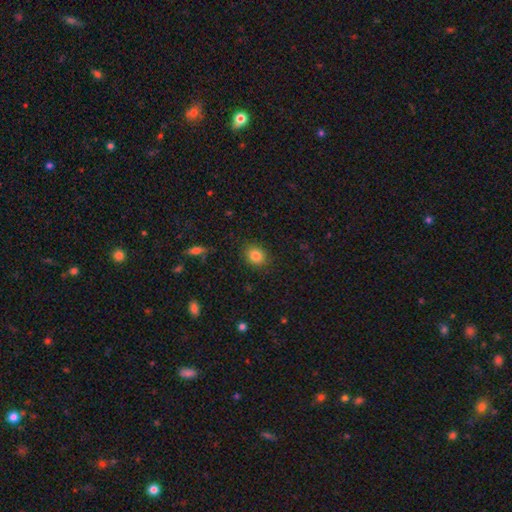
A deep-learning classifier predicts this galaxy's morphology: A smooth galaxy with no disk features (83%) that is round (67%).

Vote fractions:
- Smooth or featured? smooth: 83% / star or artifact: 11% / featured or disk: 6%
- How rounded? round: 67% / in between: 32% / cigar-shaped: 1%
- Merging? none: 87% / minor disturbance: 9% / major disturbance: 3% / merger: 1%